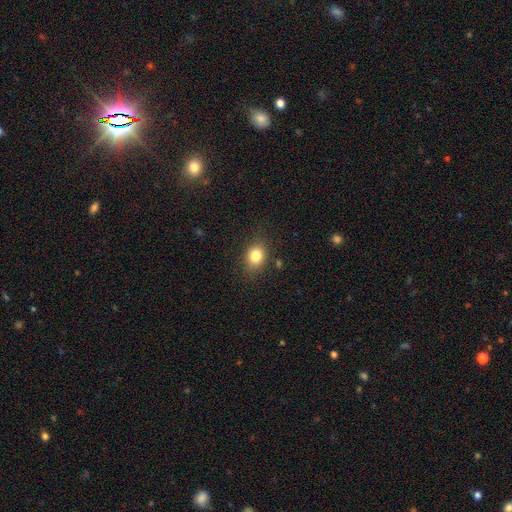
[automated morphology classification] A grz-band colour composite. It shows a smooth galaxy with no disk features (81%) that is in between round and cigar-shaped (56%). Merging: none (81%).